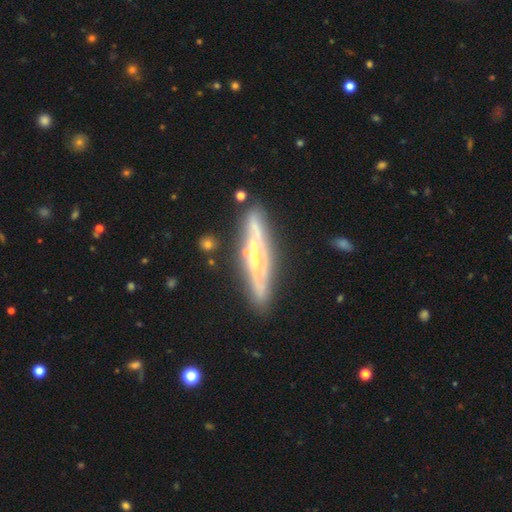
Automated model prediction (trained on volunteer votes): Smooth or featured? Predicted: featured or disk (p=0.73). Edge-on disk? Predicted: yes (p=0.75). Edge-on bulge? Predicted: rounded (p=0.44). Merging? Predicted: none (p=0.79).